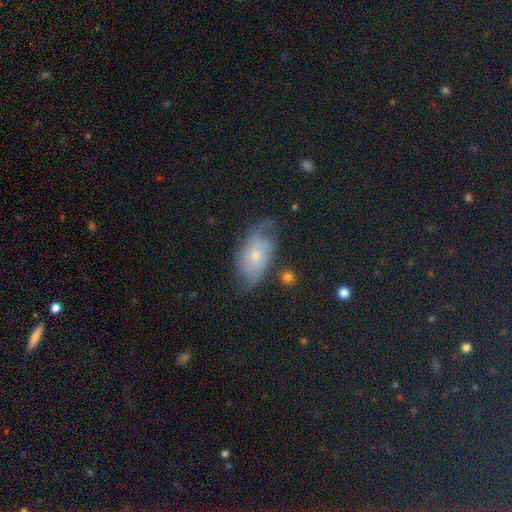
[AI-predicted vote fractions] smooth_or_featured: featured or disk (p=0.63) [alt: smooth p=0.24]
disk_edge_on: no (p=0.94) [alt: yes p=0.06]
bar: no (p=0.74) [alt: weak p=0.22]
has_spiral_arms: yes (p=0.89) [alt: no p=0.11]
spiral_winding: medium (p=0.39) [alt: tight p=0.36]
spiral_arm_count: 2 (p=0.49) [alt: can't tell p=0.29]
bulge_size: small (p=0.55) [alt: moderate p=0.37]
merging: none (p=0.59) [alt: minor disturbance p=0.25]